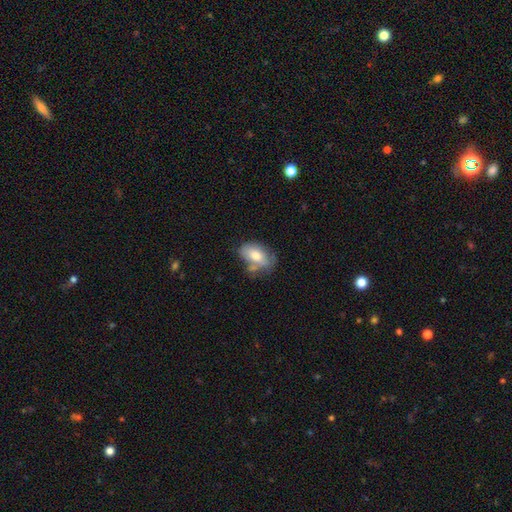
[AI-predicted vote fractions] This appears to be a smooth galaxy with no disk features (69%) that is in between round and cigar-shaped (90%). Merging: none (44%).